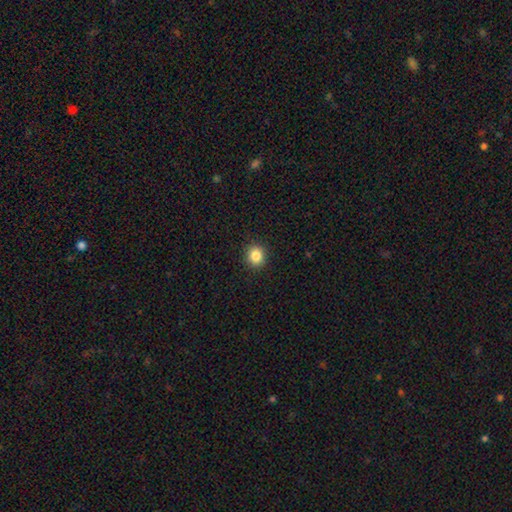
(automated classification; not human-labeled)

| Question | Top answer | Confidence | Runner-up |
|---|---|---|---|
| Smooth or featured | smooth | 85% | star or artifact (10%) |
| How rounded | round | 84% | in between (15%) |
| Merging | none | 91% | minor disturbance (6%) |